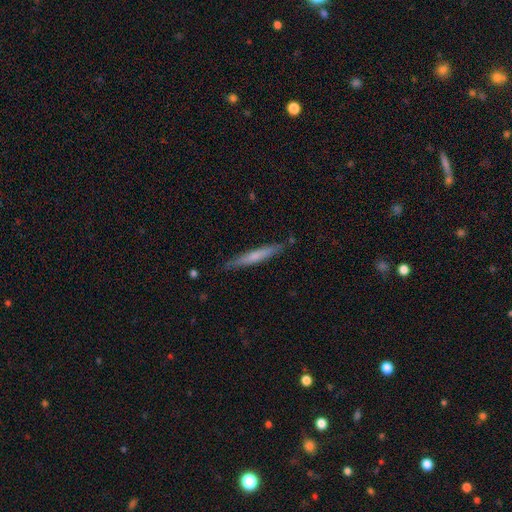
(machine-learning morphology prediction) Smooth or featured? Predicted: smooth (p=0.55). How rounded? Predicted: cigar-shaped (p=0.95). Merging? Predicted: none (p=0.86).